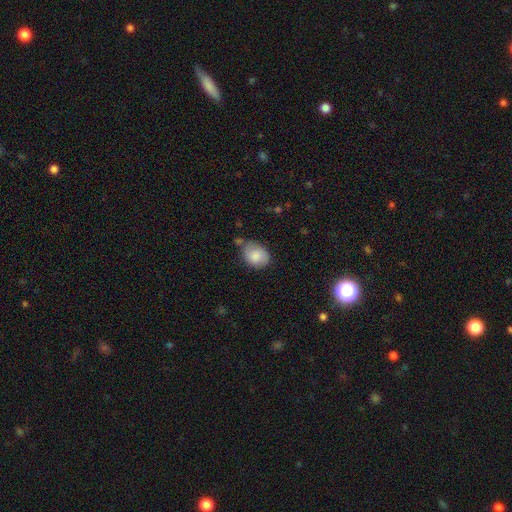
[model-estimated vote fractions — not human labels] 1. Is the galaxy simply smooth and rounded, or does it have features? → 83% smooth, 10% featured or disk, 7% star or artifact.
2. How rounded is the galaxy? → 61% in between, 38% round, 1% cigar-shaped.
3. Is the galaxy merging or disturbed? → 56% none, 29% minor disturbance, 8% merger, 7% major disturbance.